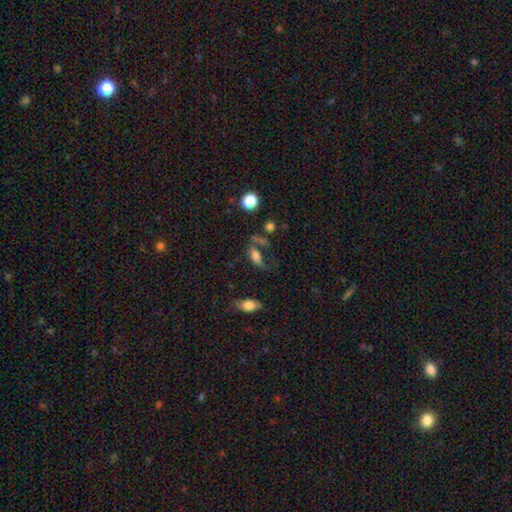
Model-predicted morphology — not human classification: Smooth or featured? Predicted: smooth (p=0.62). How rounded? Predicted: in between (p=0.76). Merging? Predicted: none (p=0.36).